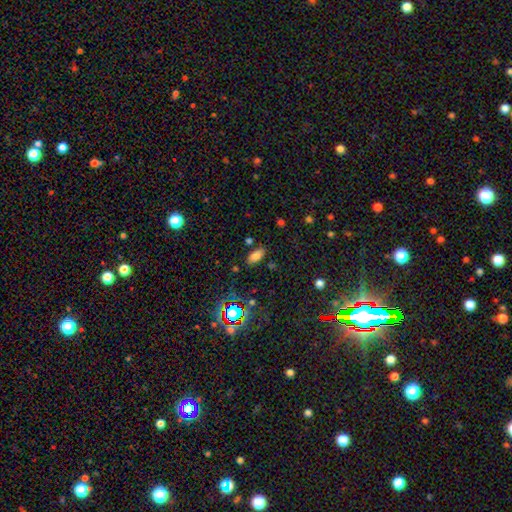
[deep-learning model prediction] smooth-or-featured: smooth: 76% | star or artifact: 15% | featured or disk: 9%
  how-rounded: in between: 88% | cigar-shaped: 9% | round: 4%
  merging: none: 82% | minor disturbance: 11% | merger: 4% | major disturbance: 3%